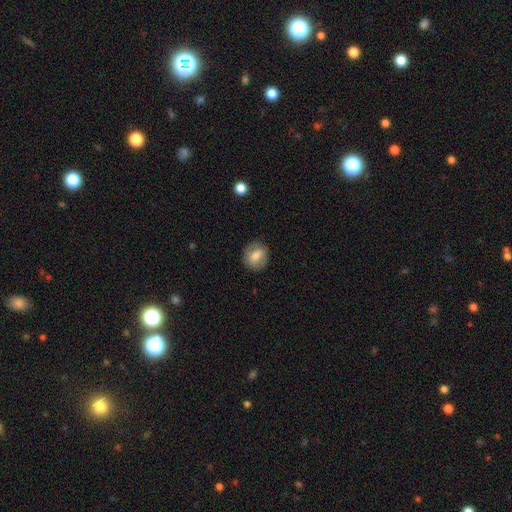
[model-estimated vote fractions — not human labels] Smooth or featured? Predicted: smooth (p=0.65). How rounded? Predicted: round (p=0.69). Merging? Predicted: none (p=0.82).